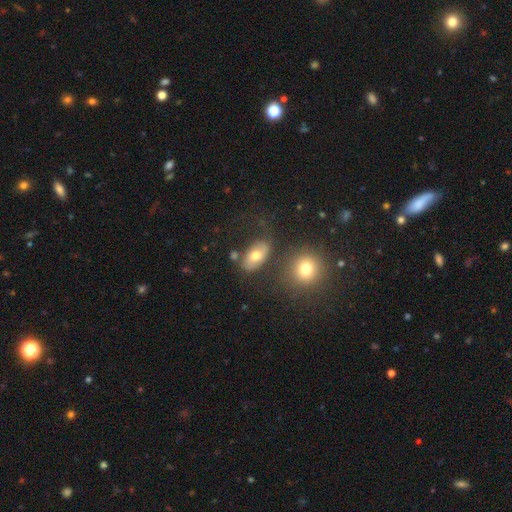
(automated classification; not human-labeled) This is likely a smooth galaxy (67%). How rounded: clearly in between (87%). Merging: likely none (66%).